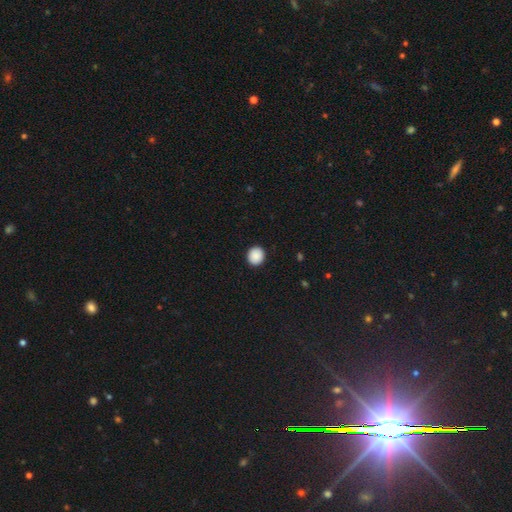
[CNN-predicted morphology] This is clearly a smooth galaxy (90%). How rounded: clearly round (86%). Merging: clearly none (92%).